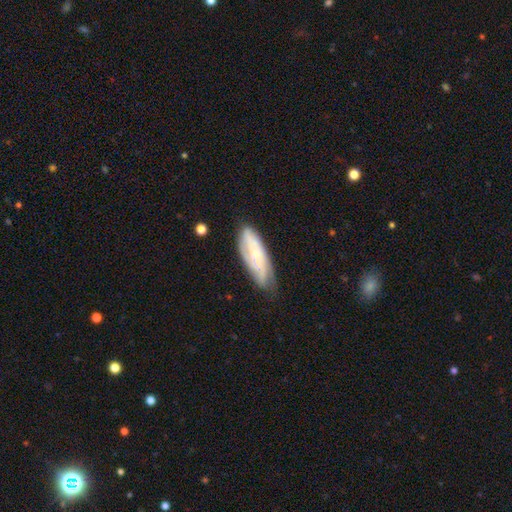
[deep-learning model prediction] Morphology: type=featured or disk (60%); edge-on=no (84%); bar=no (72%); spiral arms=yes (83%); bulge=small (67%); merging=none (63%).